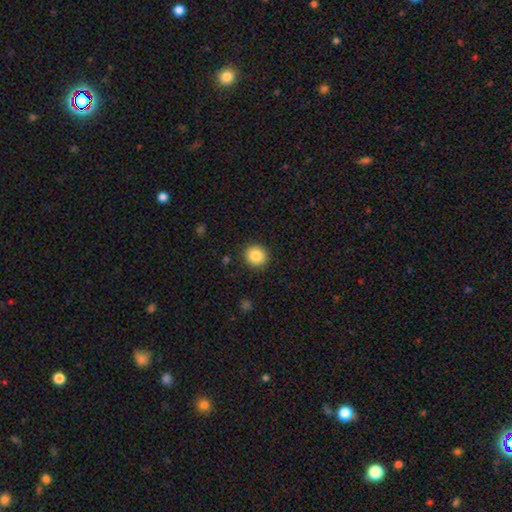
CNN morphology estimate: This is clearly a smooth galaxy (85%). How rounded: clearly round (90%). Merging: clearly none (91%).